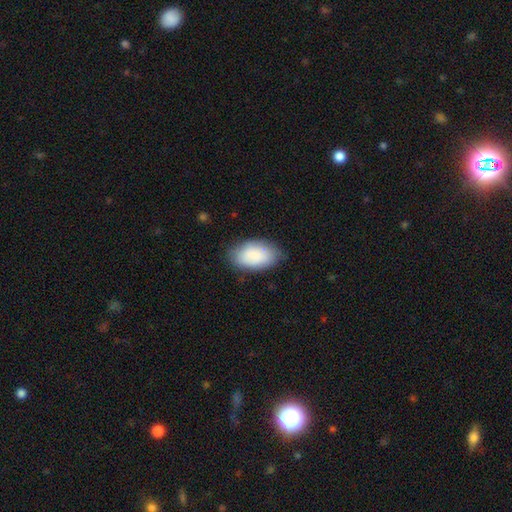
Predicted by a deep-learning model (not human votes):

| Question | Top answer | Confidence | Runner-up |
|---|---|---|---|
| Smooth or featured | smooth | 86% | featured or disk (8%) |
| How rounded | in between | 94% | round (5%) |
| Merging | none | 77% | minor disturbance (18%) |